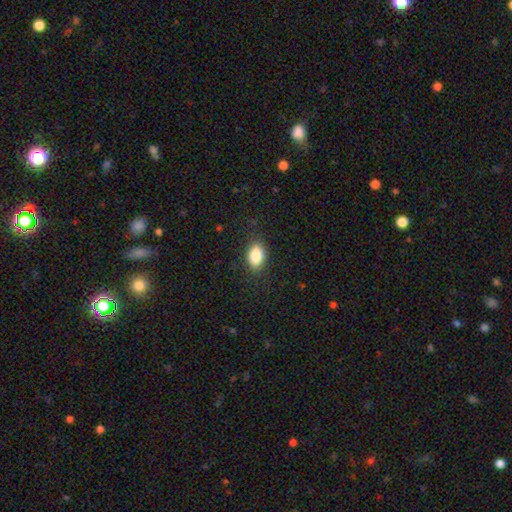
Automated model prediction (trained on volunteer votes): A smooth galaxy with no disk features (86%) that is in between round and cigar-shaped (88%). Merging: none (85%).